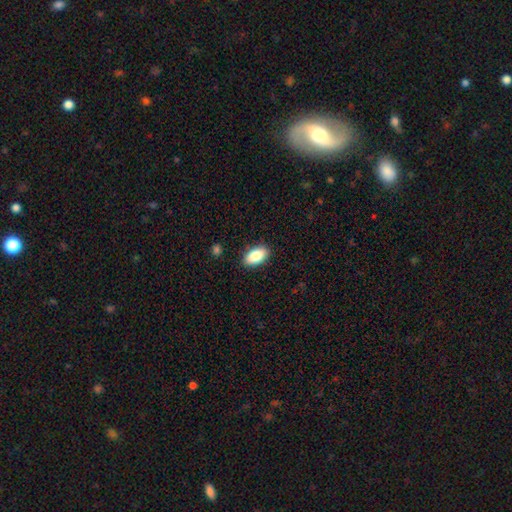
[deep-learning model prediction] Overall: smooth (85%). How rounded: in between (92%). Merging: none (88%).